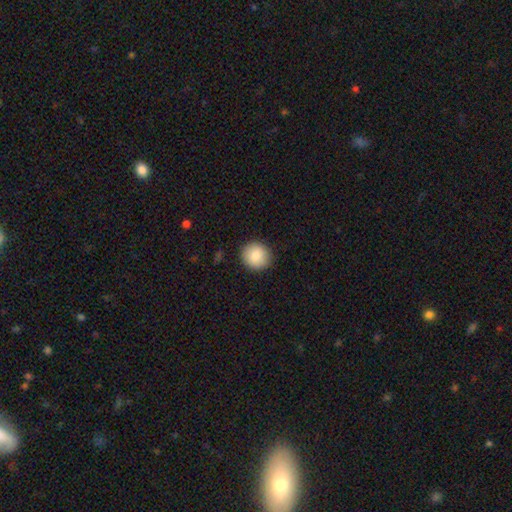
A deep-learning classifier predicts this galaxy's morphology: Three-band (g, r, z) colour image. It shows a smooth galaxy with no disk features (84%) that is round (90%). Merging: none (90%).